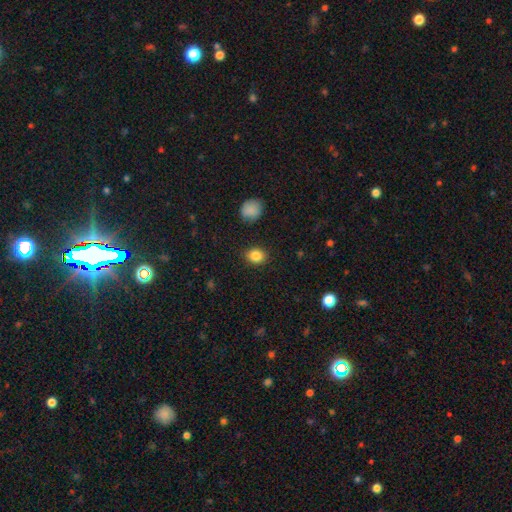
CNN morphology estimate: A smooth galaxy with no disk features (85%) that is round (54%). Merging: none (88%).